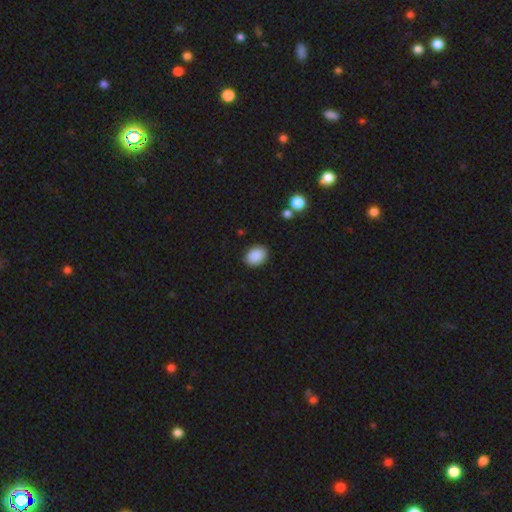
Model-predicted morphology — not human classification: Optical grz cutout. It shows a smooth galaxy with no disk features (89%) that is in between round and cigar-shaped (67%). Merging: none (88%).